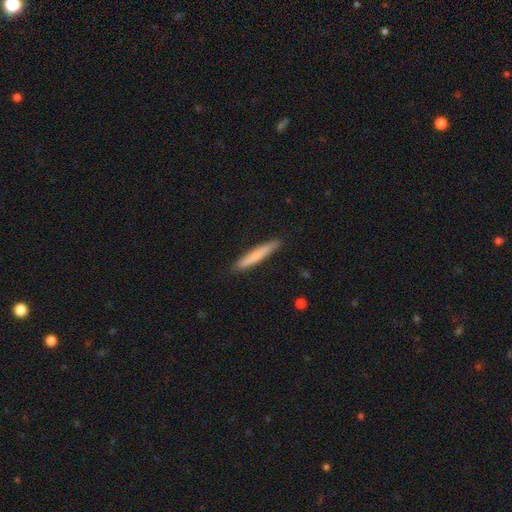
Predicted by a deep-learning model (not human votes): smooth 68%, featured or disk 26%, star or artifact 5%. Down the decision tree: how rounded — cigar-shaped (94%); merging — none (90%).